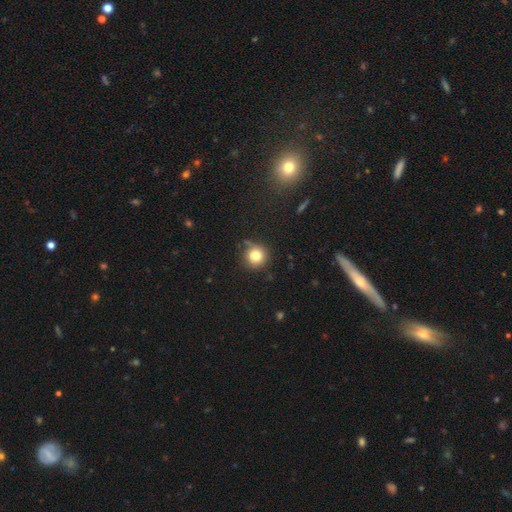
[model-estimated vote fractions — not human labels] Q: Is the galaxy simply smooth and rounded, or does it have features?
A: smooth — 79%.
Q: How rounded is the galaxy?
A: round — 94%.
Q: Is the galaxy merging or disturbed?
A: none — 78%.